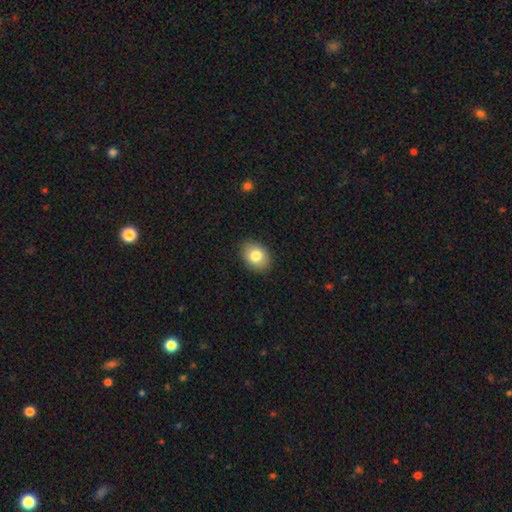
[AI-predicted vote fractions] The model was most divided on "how rounded": in between: 65%, round: 34%, cigar-shaped: 1%. More confident: merging — none (88%); smooth or featured — smooth (82%).